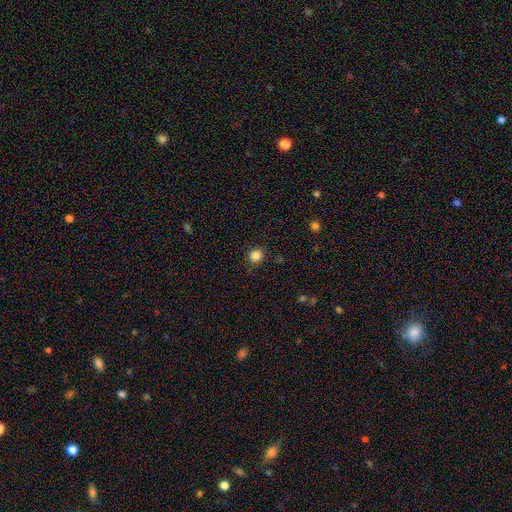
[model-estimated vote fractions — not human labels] The model was most divided on "smooth or featured": smooth: 85%, star or artifact: 12%, featured or disk: 3%. More confident: merging — none (89%); how rounded — round (89%).